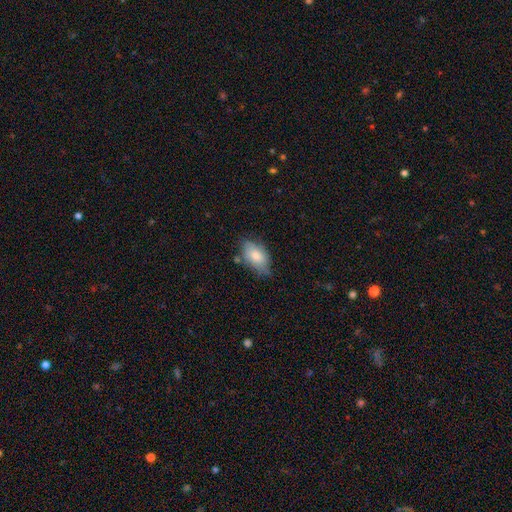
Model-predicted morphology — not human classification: This is likely a smooth galaxy (75%). How rounded: clearly in between (92%). Merging: possibly none (57%).